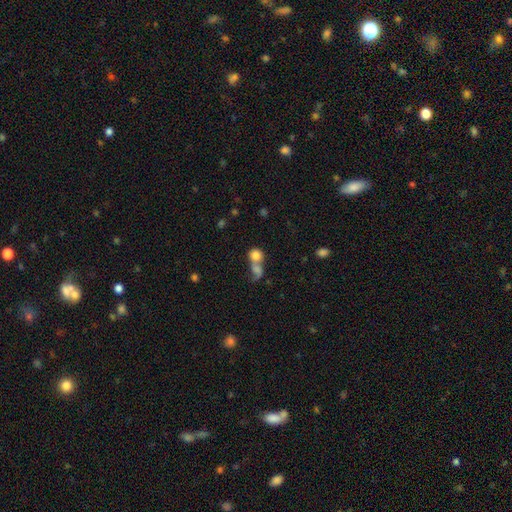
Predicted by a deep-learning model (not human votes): Smooth or featured? smooth (76%)
How rounded? round (76%)
Merging? merger (63%)